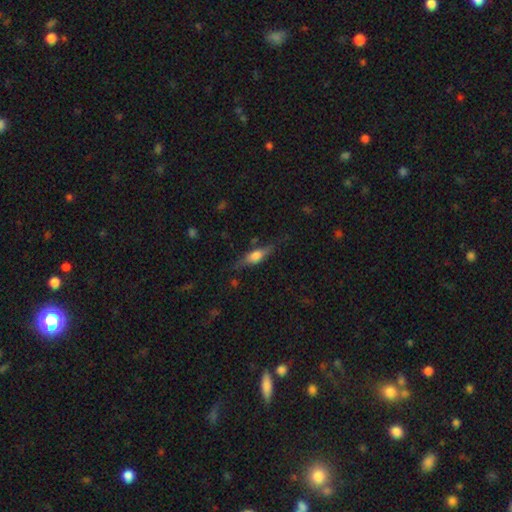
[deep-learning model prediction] Smooth or featured? smooth (52%)
How rounded? cigar-shaped (52%)
Merging? none (72%)